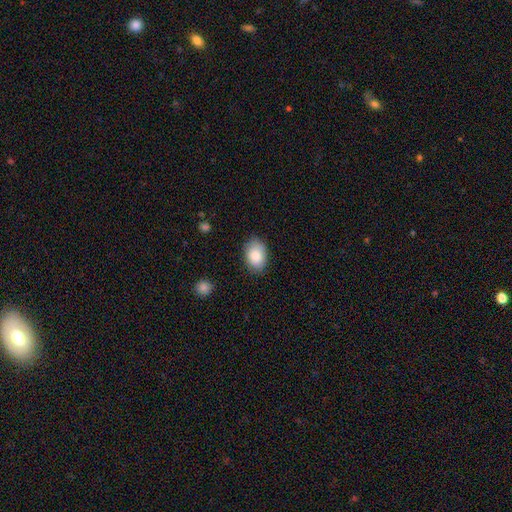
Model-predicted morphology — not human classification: smooth 87%, featured or disk 7%, star or artifact 7%. Down the decision tree: how rounded — in between (85%); merging — none (82%).